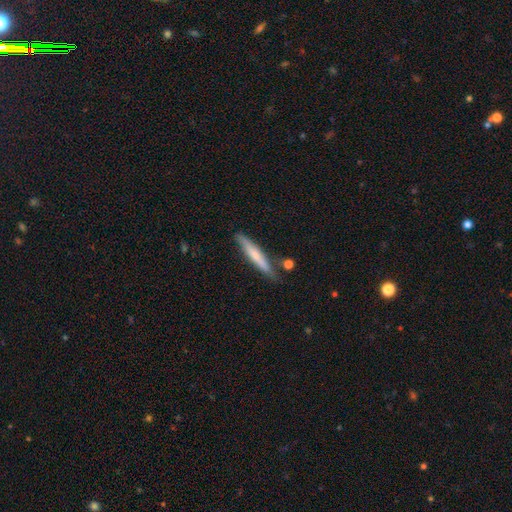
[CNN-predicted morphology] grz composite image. It shows a smooth galaxy with no disk features (58%) that is cigar-shaped (92%). Merging: none (78%).